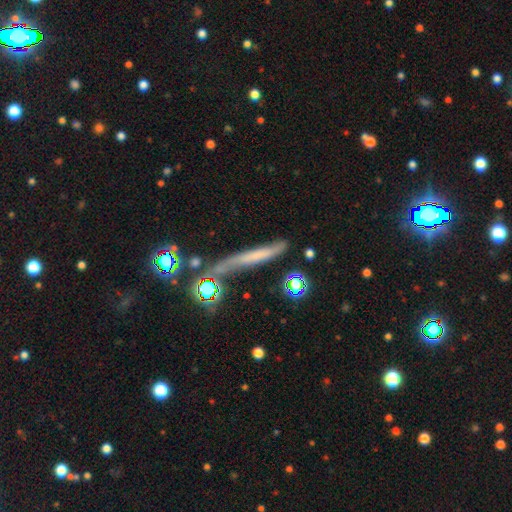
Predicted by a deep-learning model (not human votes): A smooth galaxy with no disk features (43%).

Vote fractions:
- Smooth or featured? smooth: 43% / featured or disk: 38% / star or artifact: 19%
- Merging? none: 57% / minor disturbance: 23% / major disturbance: 12% / merger: 8%